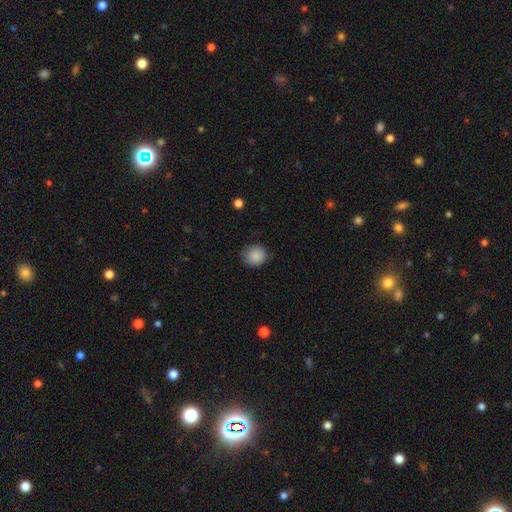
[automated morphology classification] Smooth or featured?
  - smooth: 88% *
  - star or artifact: 9%
  - featured or disk: 4%
How rounded?
  - round: 80% *
  - in between: 19%
  - cigar-shaped: 1%
Merging?
  - none: 81% *
  - minor disturbance: 15%
  - major disturbance: 3%
  - merger: 1%